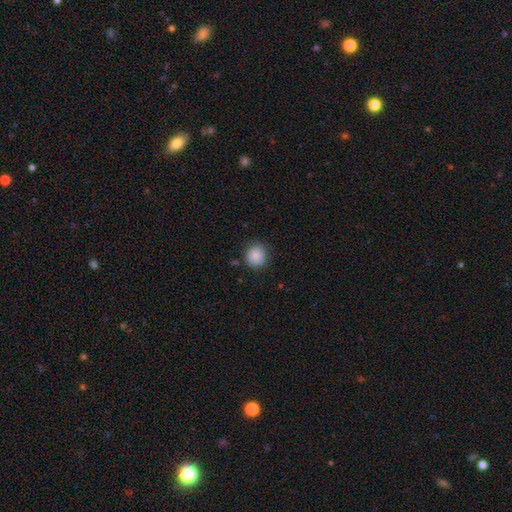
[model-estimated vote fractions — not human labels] Smooth or featured? smooth (86%)
How rounded? round (87%)
Merging? none (82%)